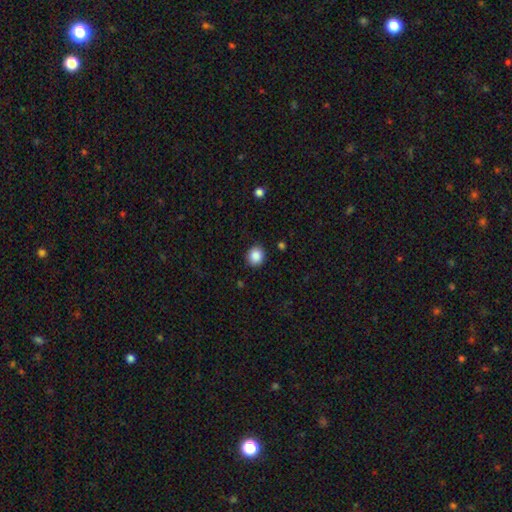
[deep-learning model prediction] Smooth or featured? smooth (88%)
How rounded? round (78%)
Merging? none (89%)